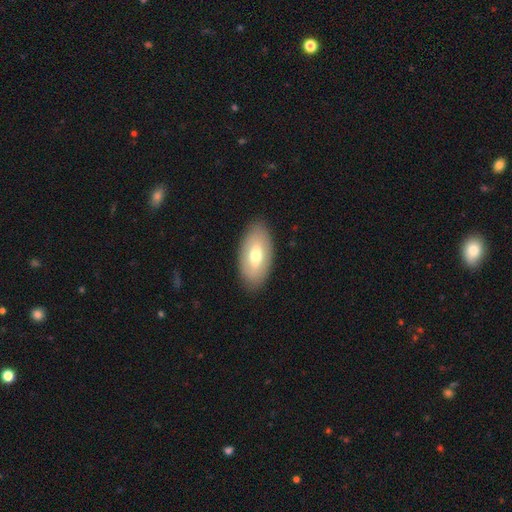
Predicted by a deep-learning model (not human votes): Overall: smooth (59%; featured or disk 35%). How rounded: in between (93%). Merging: none (86%).